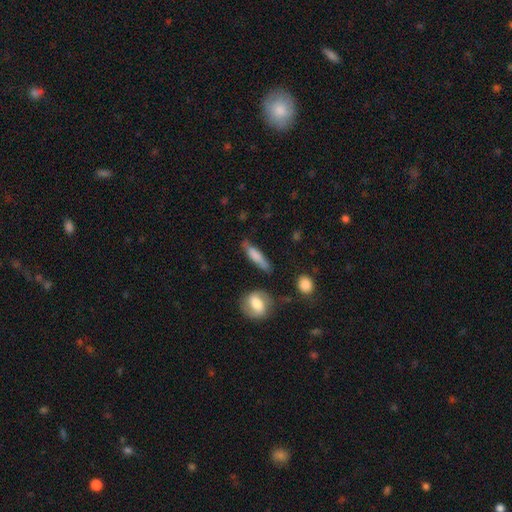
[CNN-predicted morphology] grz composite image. It shows a smooth galaxy with no disk features (69%) that is cigar-shaped (72%). Merging: none (65%).